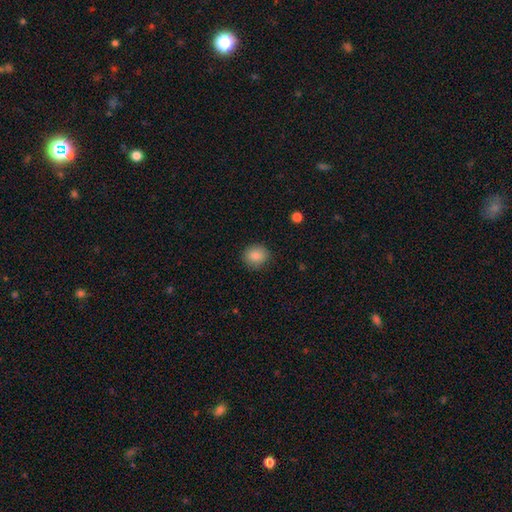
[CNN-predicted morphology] The model was most divided on "how rounded": round: 77%, in between: 22%, cigar-shaped: 1%. More confident: merging — none (87%); smooth or featured — smooth (85%).